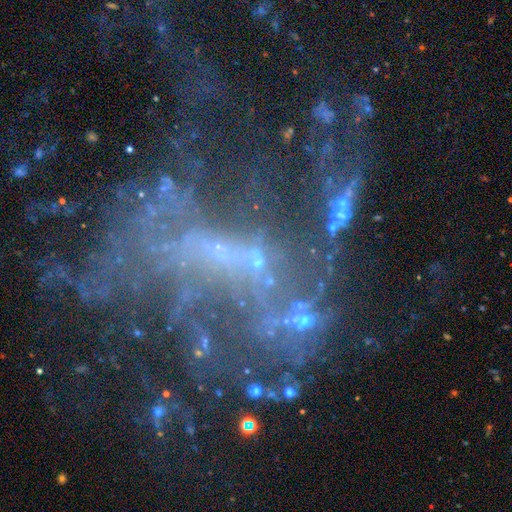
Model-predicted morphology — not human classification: Overall: star or artifact (44%; featured or disk 40%).